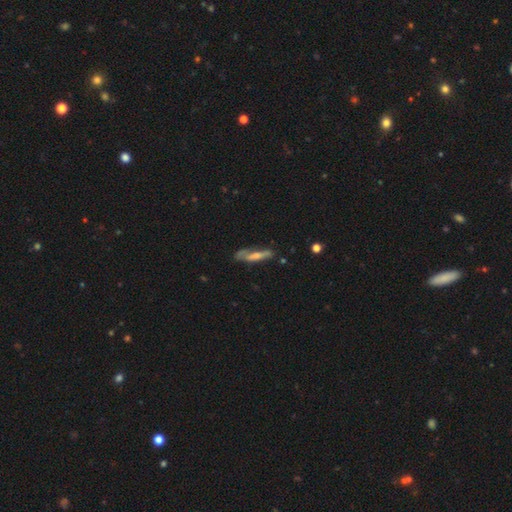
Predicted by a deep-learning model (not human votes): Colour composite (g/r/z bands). It shows a smooth galaxy with no disk features (49%). Merging: none (51%).